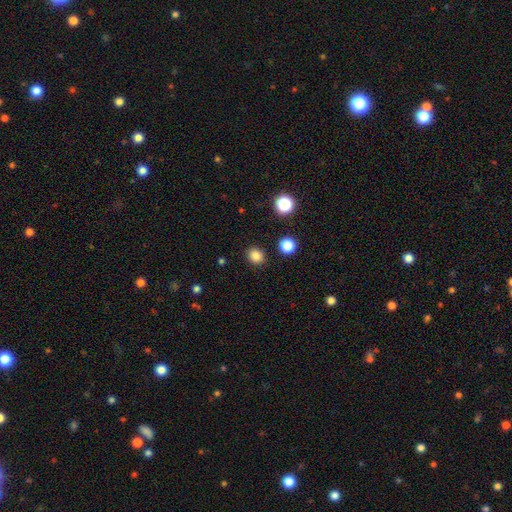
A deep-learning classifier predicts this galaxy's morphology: This is clearly a smooth galaxy (84%). How rounded: likely round (70%). Merging: clearly none (89%).